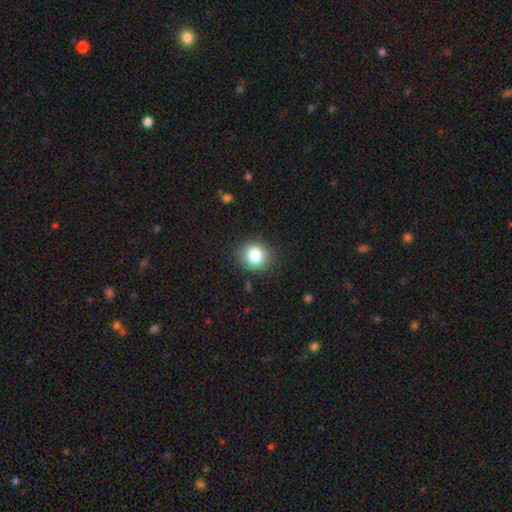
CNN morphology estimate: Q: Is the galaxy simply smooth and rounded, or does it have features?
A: smooth — 82%.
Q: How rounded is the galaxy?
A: round — 84%.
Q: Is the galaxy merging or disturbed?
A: none — 88%.